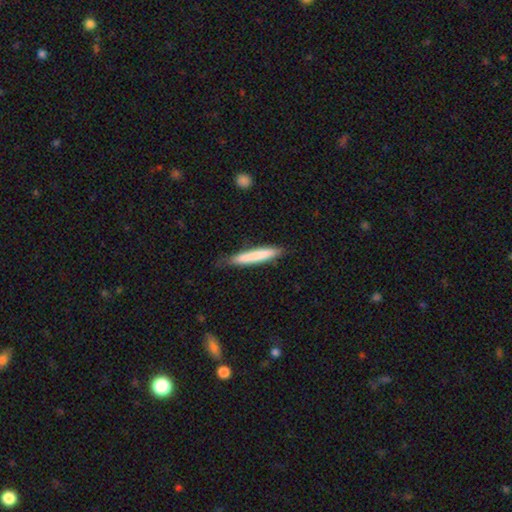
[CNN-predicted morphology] Smooth or featured? Predicted: smooth (p=0.76). How rounded? Predicted: cigar-shaped (p=0.93). Merging? Predicted: none (p=0.77).